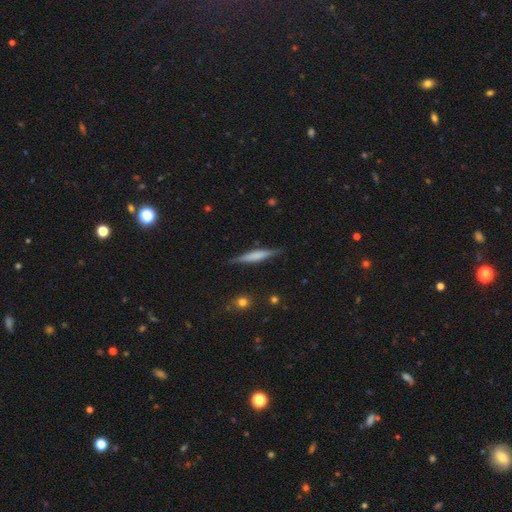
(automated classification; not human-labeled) This appears to be a smooth galaxy with no disk features (48%). Merging: none (85%).